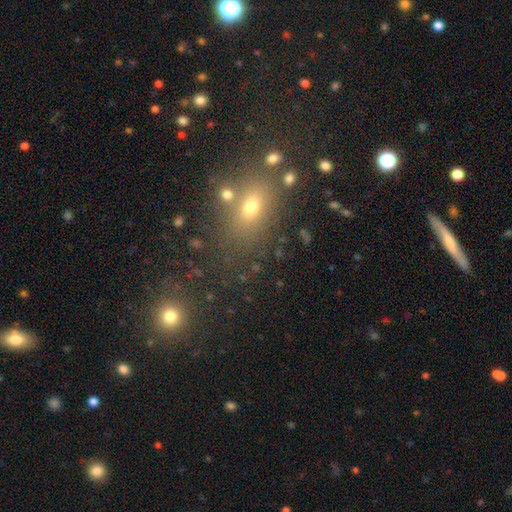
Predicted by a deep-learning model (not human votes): The model was most divided on "smooth or featured": smooth: 49%, star or artifact: 36%, featured or disk: 15%. More confident: merging — none (68%).